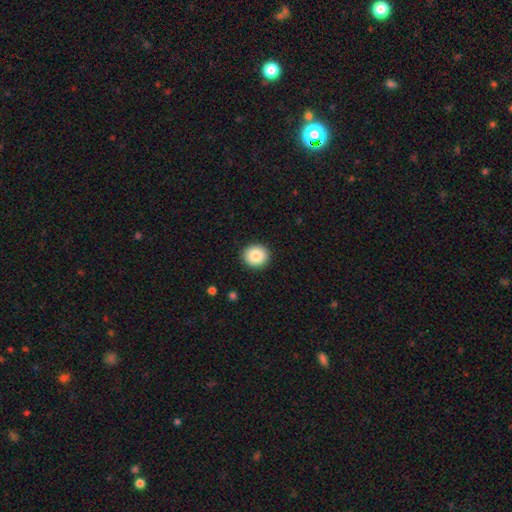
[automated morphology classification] Smooth or featured? smooth (86%)
How rounded? round (89%)
Merging? none (92%)